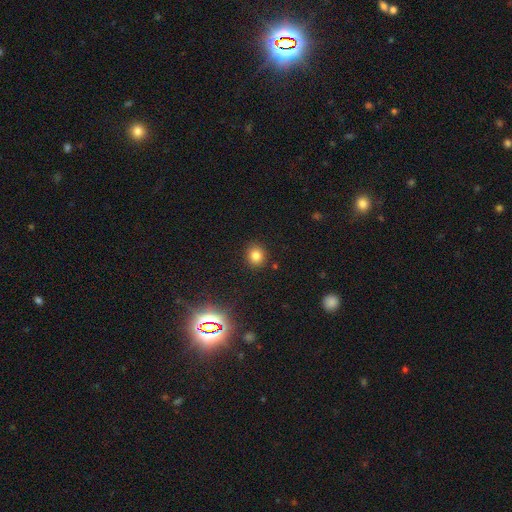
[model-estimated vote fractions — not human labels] Q: Smooth or featured?
A: smooth (80%); runner-up: star or artifact (14%)
Q: How rounded?
A: round (83%); runner-up: in between (16%)
Q: Merging?
A: none (89%); runner-up: minor disturbance (7%)